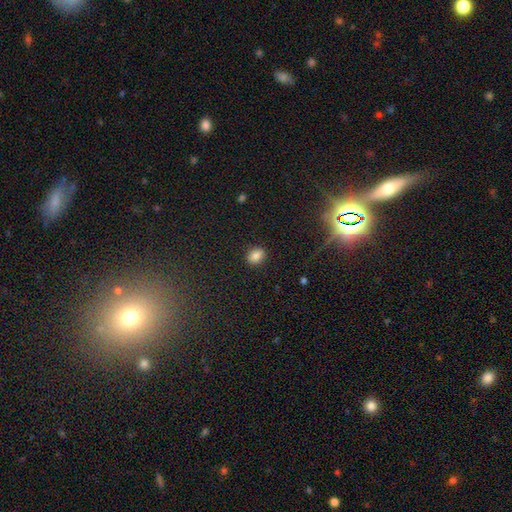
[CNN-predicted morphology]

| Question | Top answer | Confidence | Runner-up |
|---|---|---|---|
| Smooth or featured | smooth | 84% | star or artifact (11%) |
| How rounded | in between | 62% | round (37%) |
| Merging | none | 88% | minor disturbance (8%) |